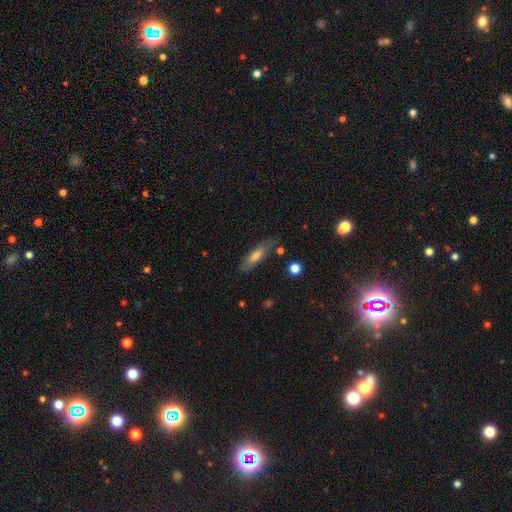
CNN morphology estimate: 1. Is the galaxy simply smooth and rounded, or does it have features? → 59% smooth, 33% featured or disk, 8% star or artifact.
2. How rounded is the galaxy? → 63% cigar-shaped, 34% in between, 2% round.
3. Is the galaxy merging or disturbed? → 77% none, 16% minor disturbance, 4% major disturbance, 3% merger.